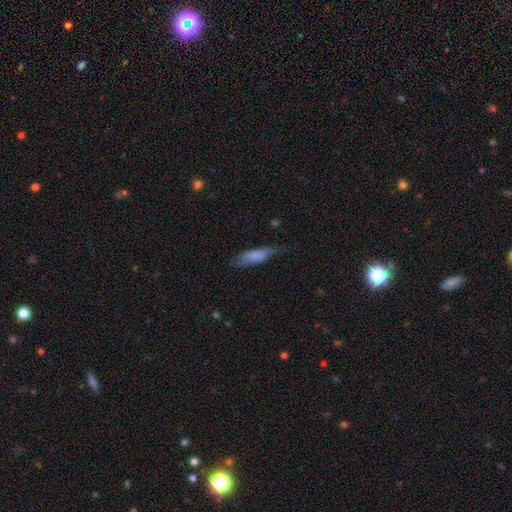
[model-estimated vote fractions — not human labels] Morphology: type=smooth (70%); roundness=cigar-shaped (55%); merging=none (52%).